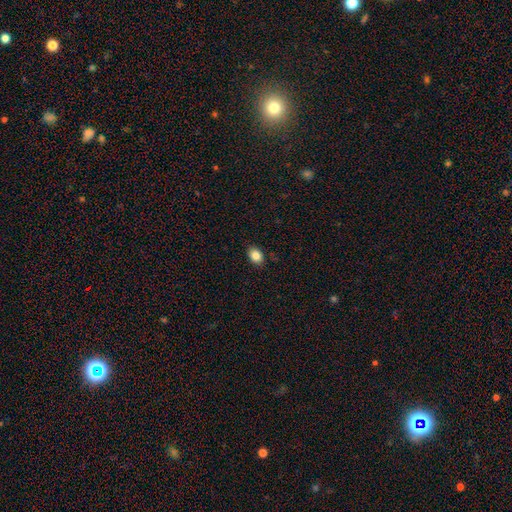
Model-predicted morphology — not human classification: The model was most divided on "how rounded": in between: 73%, round: 26%, cigar-shaped: 1%. More confident: merging — none (89%); smooth or featured — smooth (85%).